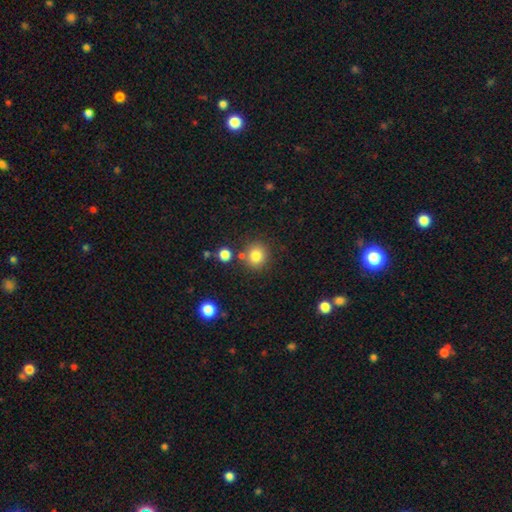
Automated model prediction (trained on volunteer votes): The model was most divided on "smooth or featured": smooth: 82%, star or artifact: 12%, featured or disk: 6%. More confident: how rounded — round (88%); merging — none (79%).